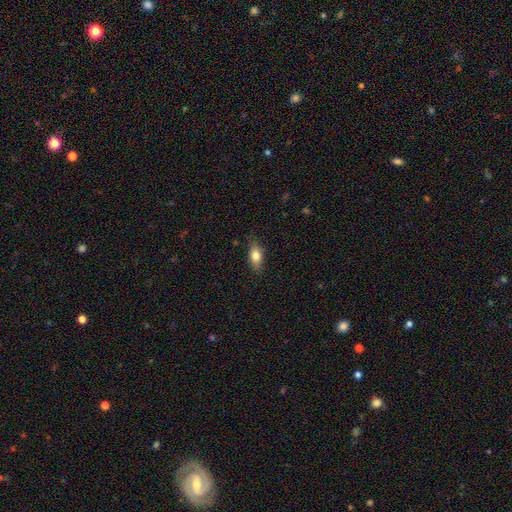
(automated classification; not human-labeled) Smooth or featured? Predicted: smooth (p=0.74). How rounded? Predicted: in between (p=0.79). Merging? Predicted: none (p=0.82).